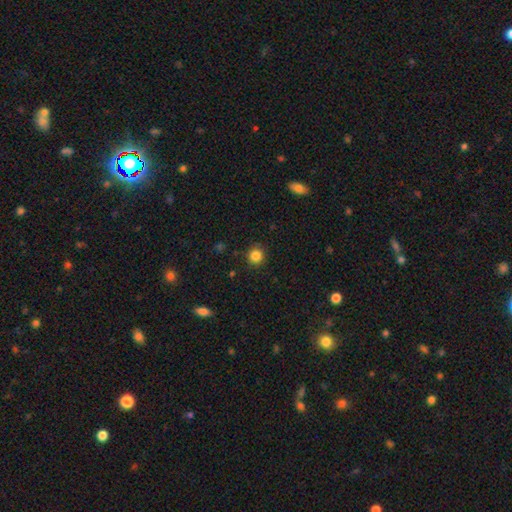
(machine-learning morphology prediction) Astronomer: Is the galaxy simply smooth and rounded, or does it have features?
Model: smooth — 85%.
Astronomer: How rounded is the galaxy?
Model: round — 92%.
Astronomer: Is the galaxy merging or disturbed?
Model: none — 90%.